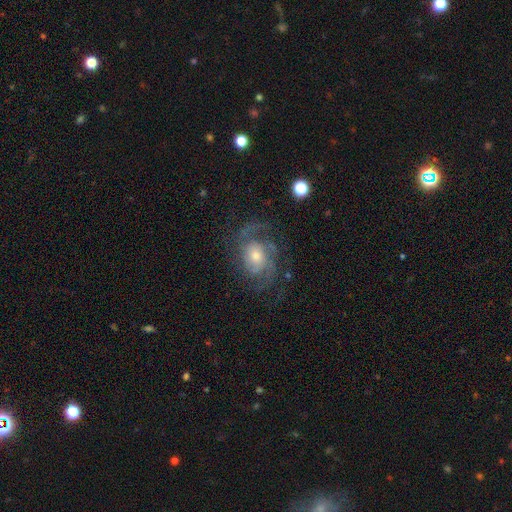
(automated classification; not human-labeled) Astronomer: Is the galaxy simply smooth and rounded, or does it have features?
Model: featured or disk — 87%.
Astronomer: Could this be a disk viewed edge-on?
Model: no — 98%.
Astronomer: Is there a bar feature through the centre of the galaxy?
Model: no — 70%.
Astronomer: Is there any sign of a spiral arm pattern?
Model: yes — 96%.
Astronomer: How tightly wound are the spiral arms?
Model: medium — 46% (runner-up: tight, 41%).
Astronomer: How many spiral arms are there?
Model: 2 — 36% (runner-up: 3, 28%).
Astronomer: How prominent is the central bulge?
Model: moderate — 49% (runner-up: small, 41%).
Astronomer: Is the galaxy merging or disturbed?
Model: none — 69%.